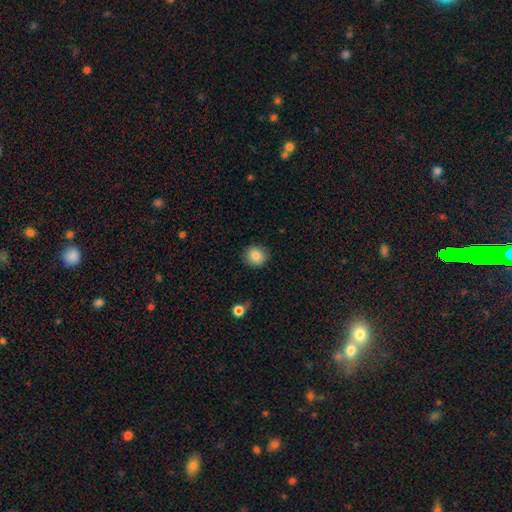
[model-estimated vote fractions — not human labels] Smooth or featured?
  - smooth: 85% *
  - star or artifact: 9%
  - featured or disk: 6%
How rounded?
  - round: 87% *
  - in between: 12%
  - cigar-shaped: 1%
Merging?
  - none: 88% *
  - minor disturbance: 8%
  - major disturbance: 2%
  - merger: 1%